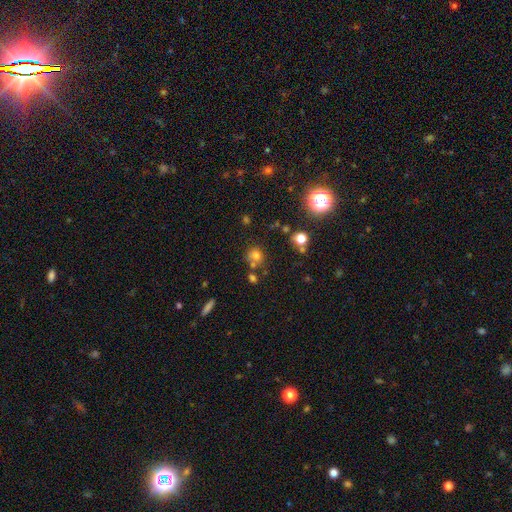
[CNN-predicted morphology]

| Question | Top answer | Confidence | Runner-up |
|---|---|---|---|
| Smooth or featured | smooth | 70% | star or artifact (20%) |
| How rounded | round | 83% | in between (16%) |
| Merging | none | 60% | merger (22%) |